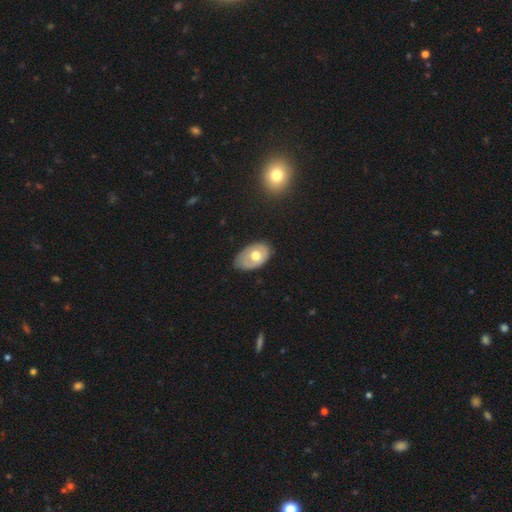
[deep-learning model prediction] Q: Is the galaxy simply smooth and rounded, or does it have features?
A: smooth — 53%.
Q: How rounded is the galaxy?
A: in between — 87%.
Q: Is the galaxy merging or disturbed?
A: none — 69%.